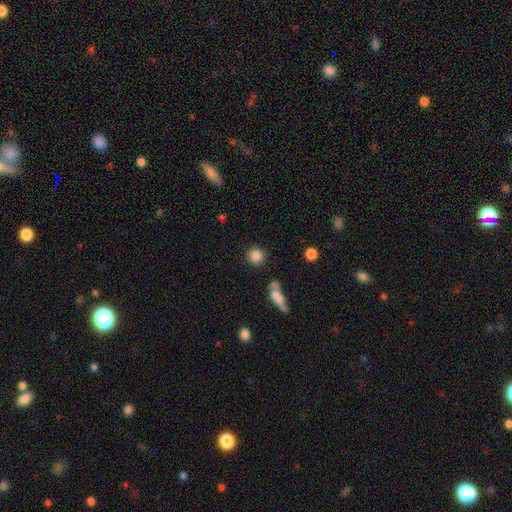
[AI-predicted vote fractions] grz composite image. It shows a smooth galaxy with no disk features (85%) that is round (89%). Merging: none (83%).